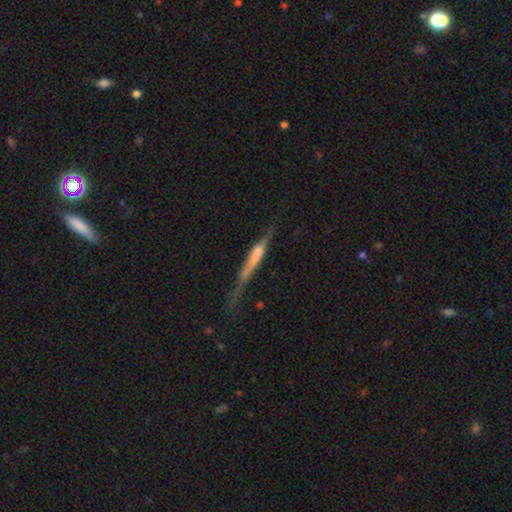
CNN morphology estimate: type=featured or disk (54%); edge-on=yes (93%); edge-on bulge=none (38%); merging=none (55%).